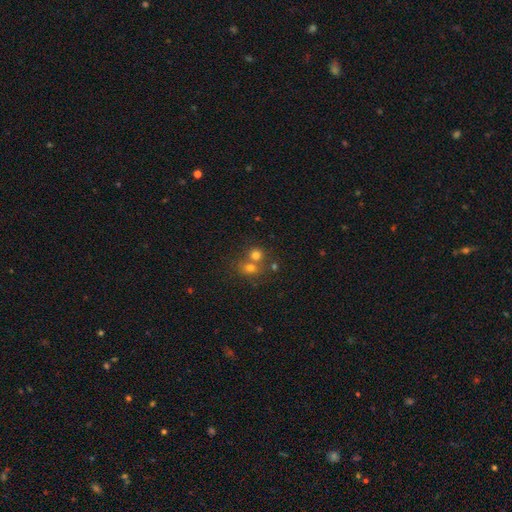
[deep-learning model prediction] A smooth galaxy with no disk features (72%) that is round (79%). Merging: merger (49%).